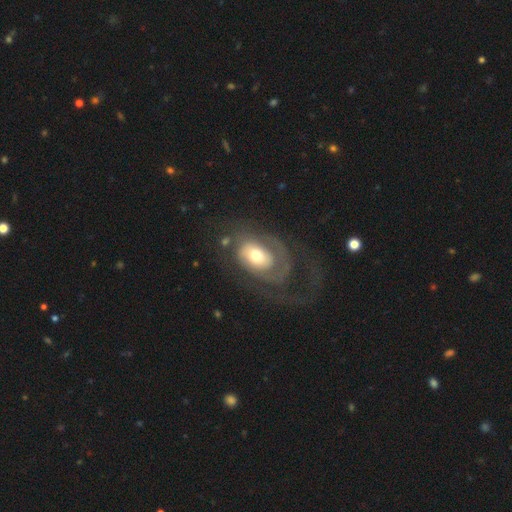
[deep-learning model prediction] featured or disk 61%, smooth 32%, star or artifact 7%. Down the decision tree: edge-on disk — no (95%); bar — no (75%); spiral arms — yes (66%); bulge size — moderate (63%); merging — major disturbance (44%).